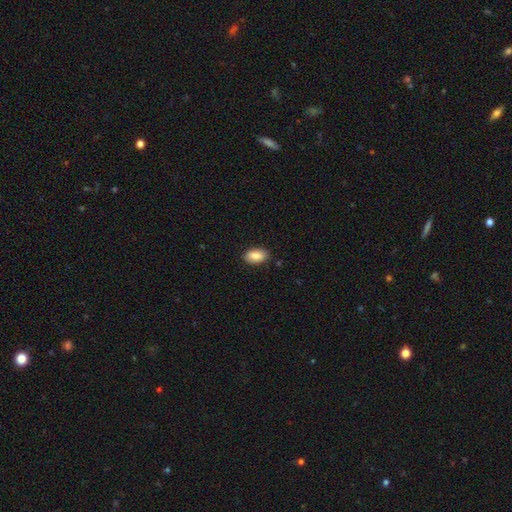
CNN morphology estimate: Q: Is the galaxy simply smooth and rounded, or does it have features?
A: smooth — 86%.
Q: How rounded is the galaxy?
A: in between — 93%.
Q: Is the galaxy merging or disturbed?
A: none — 86%.